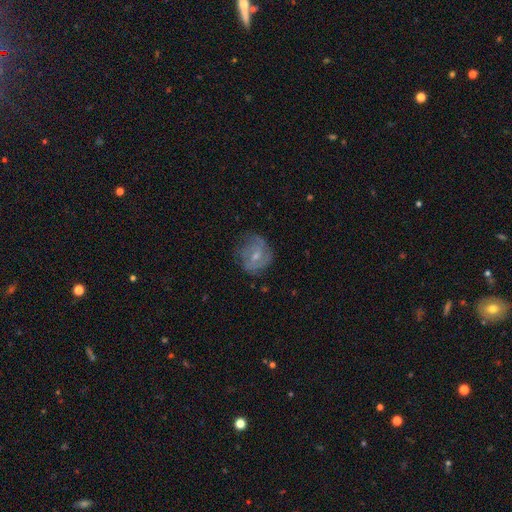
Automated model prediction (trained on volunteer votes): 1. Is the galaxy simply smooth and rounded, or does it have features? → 56% featured or disk, 35% smooth, 9% star or artifact.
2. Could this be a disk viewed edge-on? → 97% no, 3% yes.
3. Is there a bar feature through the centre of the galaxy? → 49% no, 43% weak, 9% strong.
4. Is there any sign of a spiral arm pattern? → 73% yes, 27% no.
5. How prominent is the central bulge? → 56% small, 38% moderate, 4% none, 1% large, 1% dominant.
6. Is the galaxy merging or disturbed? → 60% none, 26% minor disturbance, 13% major disturbance, 1% merger.